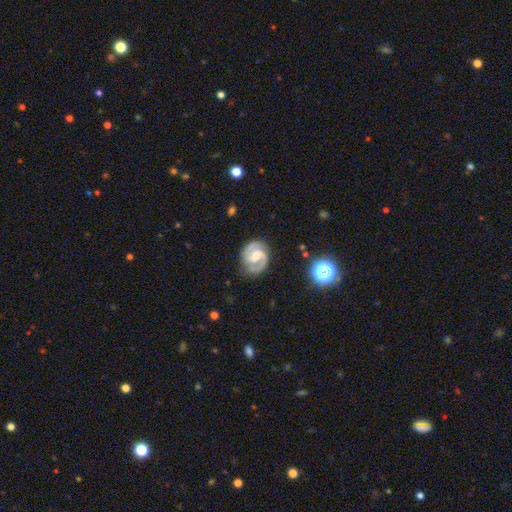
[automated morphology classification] A featured or disk galaxy (86%) with a weak bar (52%), 2 (91%) medium (52%) spiral arms (97%) and a moderate central bulge (39%). Merging: none (80%).